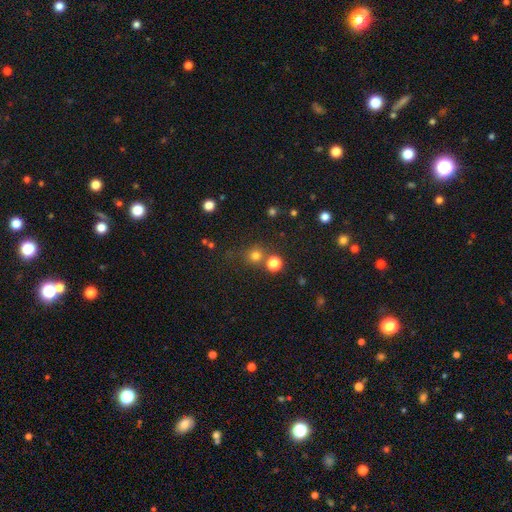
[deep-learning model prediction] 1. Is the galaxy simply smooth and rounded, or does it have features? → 74% smooth, 19% star or artifact, 6% featured or disk.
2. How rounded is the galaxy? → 90% round, 9% in between, 1% cigar-shaped.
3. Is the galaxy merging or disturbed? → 69% none, 18% merger, 8% minor disturbance, 4% major disturbance.